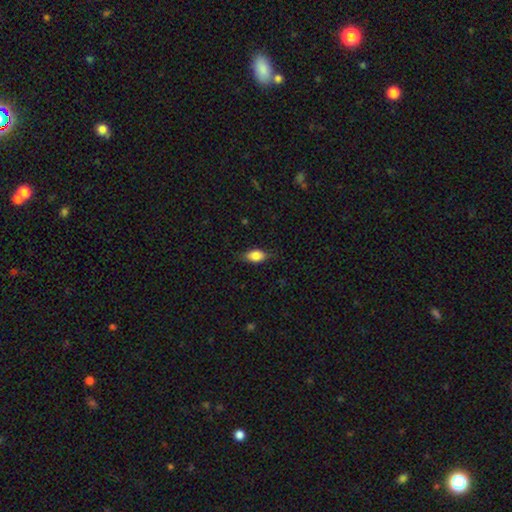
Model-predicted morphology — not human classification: Smooth or featured? smooth (80%)
How rounded? in between (85%)
Merging? none (77%)